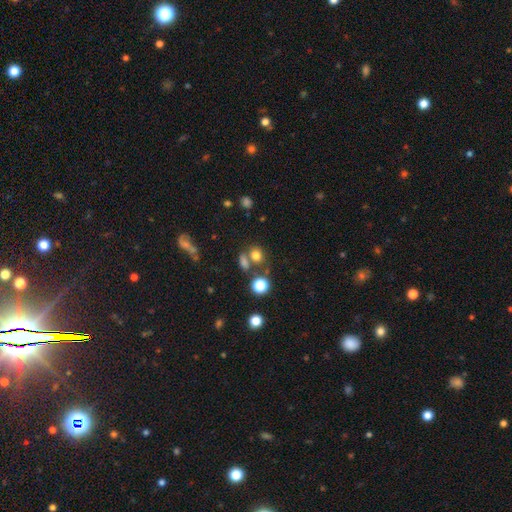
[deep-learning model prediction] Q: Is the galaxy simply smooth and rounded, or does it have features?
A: smooth — 74%.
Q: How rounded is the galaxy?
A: round — 66%.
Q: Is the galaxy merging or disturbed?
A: none — 57%.